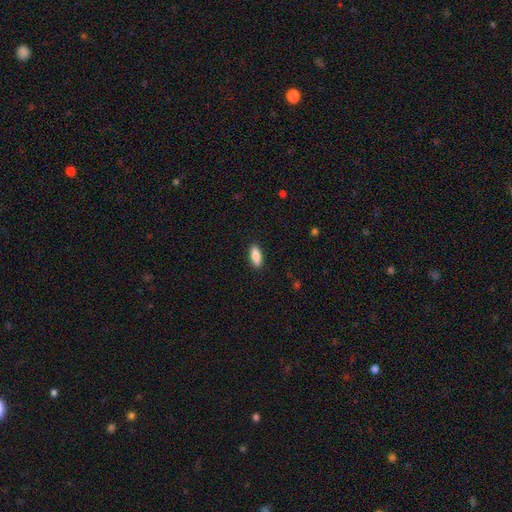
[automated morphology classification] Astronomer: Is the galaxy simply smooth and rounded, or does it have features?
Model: smooth — 88%.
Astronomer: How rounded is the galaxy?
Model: in between — 72%.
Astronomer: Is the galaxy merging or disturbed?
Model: none — 90%.